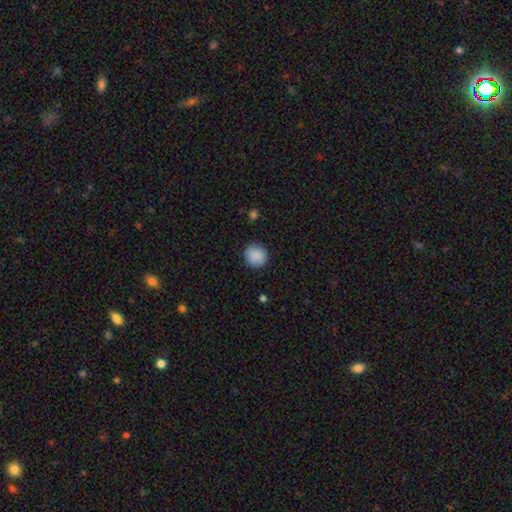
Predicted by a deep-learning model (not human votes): Smooth or featured?
  - smooth: 90% *
  - star or artifact: 7%
  - featured or disk: 3%
How rounded?
  - round: 91% *
  - in between: 8%
  - cigar-shaped: 1%
Merging?
  - none: 91% *
  - minor disturbance: 6%
  - major disturbance: 2%
  - merger: 1%